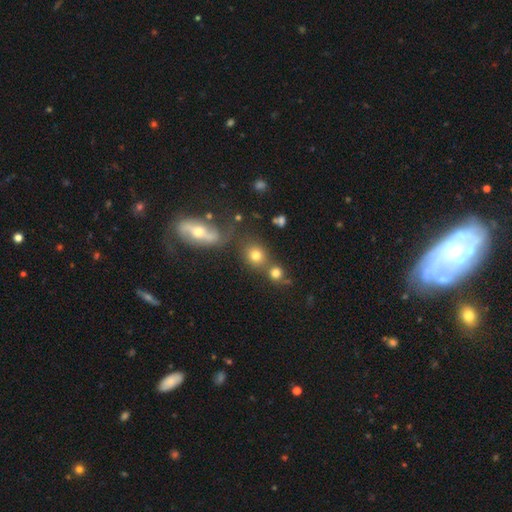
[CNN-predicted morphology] smooth_or_featured: smooth (p=0.72) [alt: featured or disk p=0.14]
how_rounded: round (p=0.75) [alt: in between p=0.23]
merging: none (p=0.61) [alt: merger p=0.24]